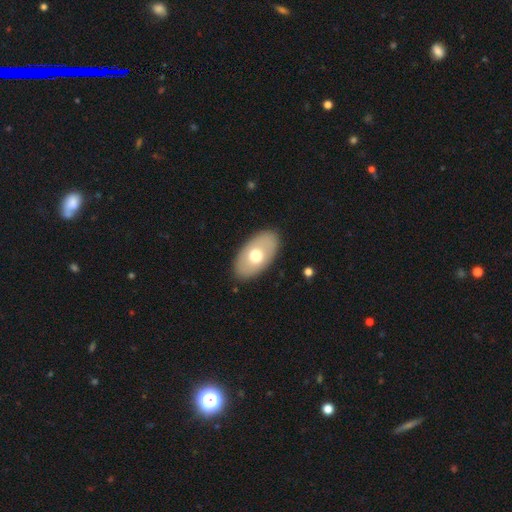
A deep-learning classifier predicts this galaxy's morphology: Overall: smooth (63%; featured or disk 31%). How rounded: in between (94%). Merging: none (87%).